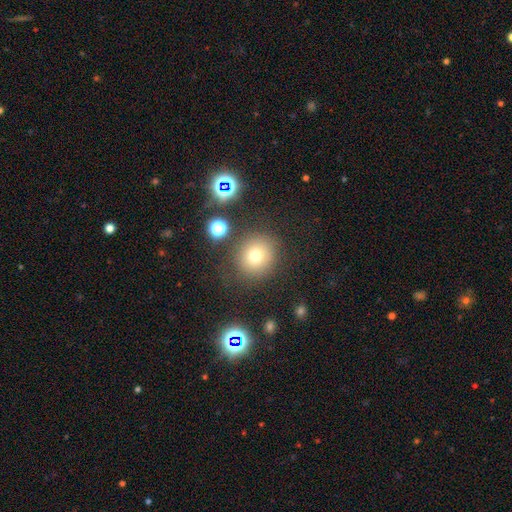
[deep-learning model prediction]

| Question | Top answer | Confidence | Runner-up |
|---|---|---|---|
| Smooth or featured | smooth | 72% | star or artifact (17%) |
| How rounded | round | 89% | in between (10%) |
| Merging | none | 82% | minor disturbance (10%) |